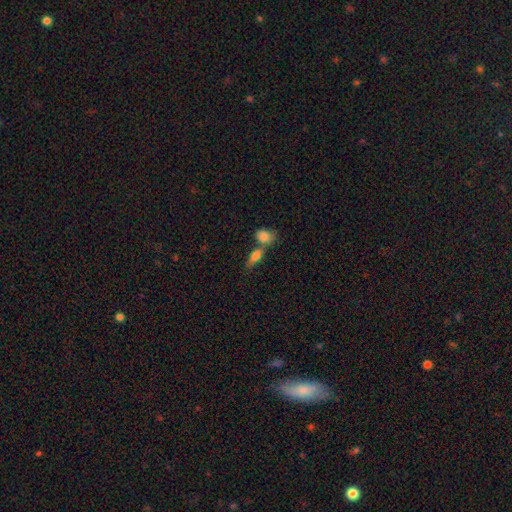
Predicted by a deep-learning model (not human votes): smooth 80%, featured or disk 12%, star or artifact 8%. Down the decision tree: how rounded — in between (76%); merging — merger (52%).